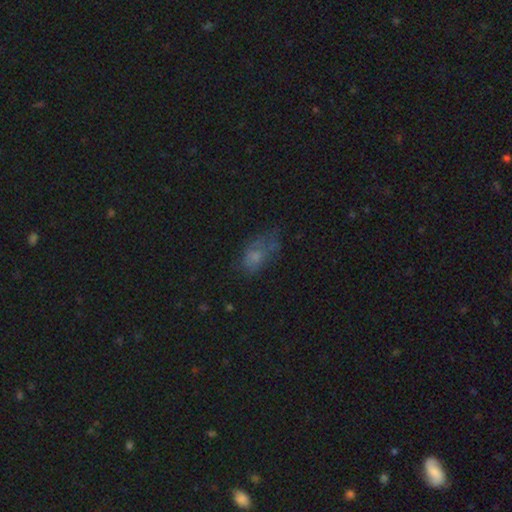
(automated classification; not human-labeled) Morphology: type=smooth (57%); roundness=in between (84%); merging=none (40%).